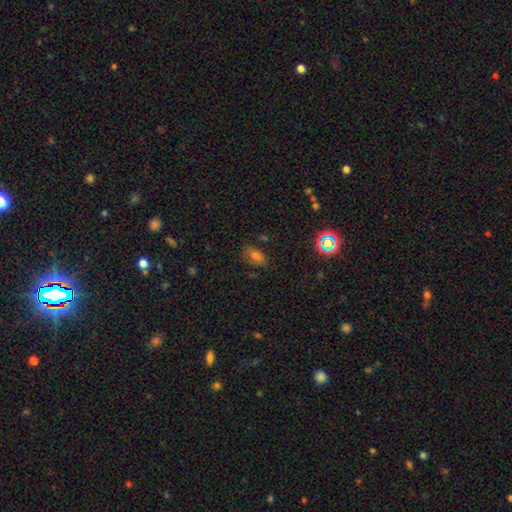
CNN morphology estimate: A smooth galaxy with no disk features (63%) that is in between round and cigar-shaped (86%). Merging: none (78%).